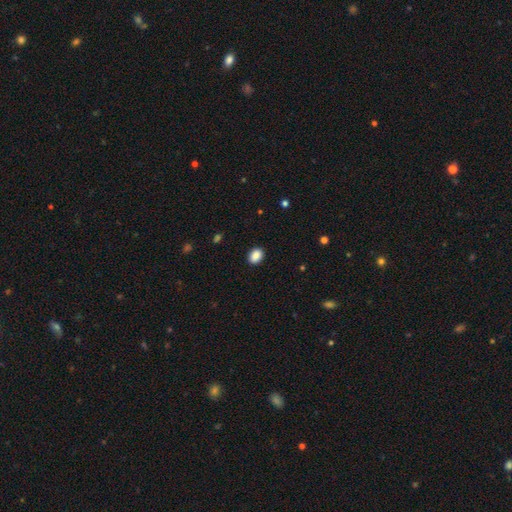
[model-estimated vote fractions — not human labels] Morphology: type=smooth (89%); roundness=in between (66%); merging=none (90%).